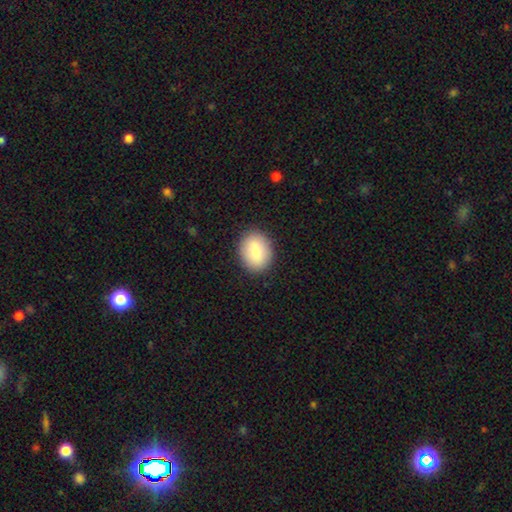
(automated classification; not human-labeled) The model was most divided on "how rounded": in between: 60%, round: 39%, cigar-shaped: 1%. More confident: merging — none (88%); smooth or featured — smooth (81%).